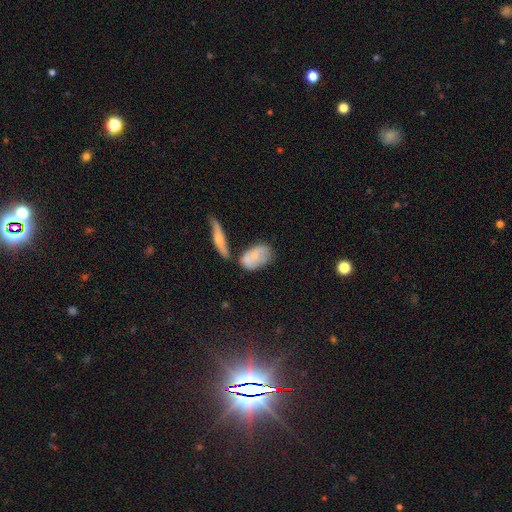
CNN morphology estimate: smooth_or_featured: smooth (p=0.63) [alt: featured or disk p=0.30]
how_rounded: in between (p=0.88) [alt: round p=0.08]
merging: none (p=0.37) [alt: merger p=0.31]